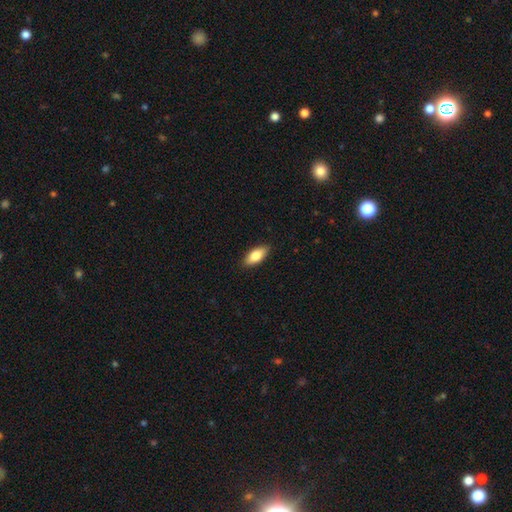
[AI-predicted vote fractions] Smooth or featured? Predicted: smooth (p=0.81). How rounded? Predicted: in between (p=0.86). Merging? Predicted: none (p=0.88).